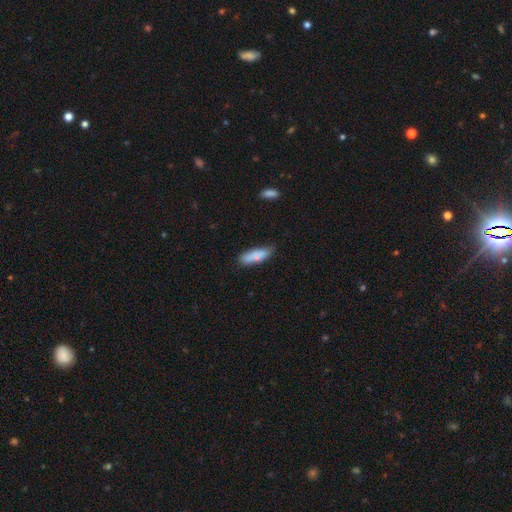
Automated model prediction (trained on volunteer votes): Morphology: type=smooth (85%); roundness=cigar-shaped (50%); merging=none (74%).